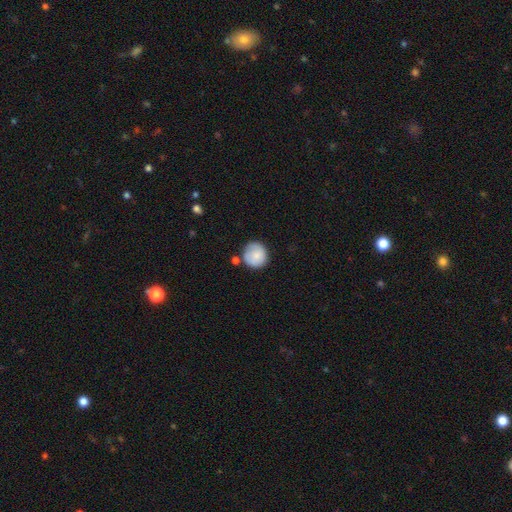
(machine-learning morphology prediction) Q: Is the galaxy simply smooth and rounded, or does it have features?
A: smooth — 80%.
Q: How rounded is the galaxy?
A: round — 91%.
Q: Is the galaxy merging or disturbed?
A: none — 71%.